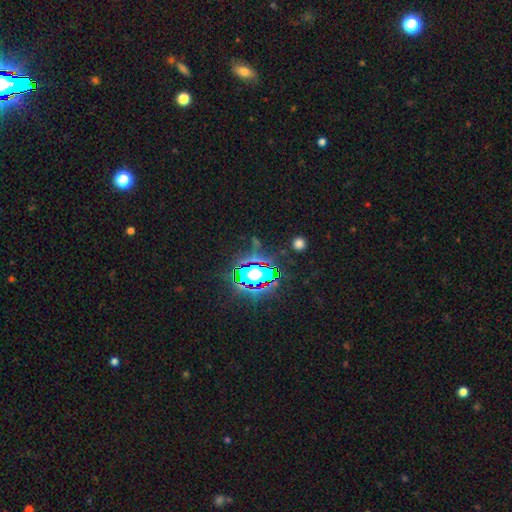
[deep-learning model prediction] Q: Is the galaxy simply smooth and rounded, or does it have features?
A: star or artifact — 82%.